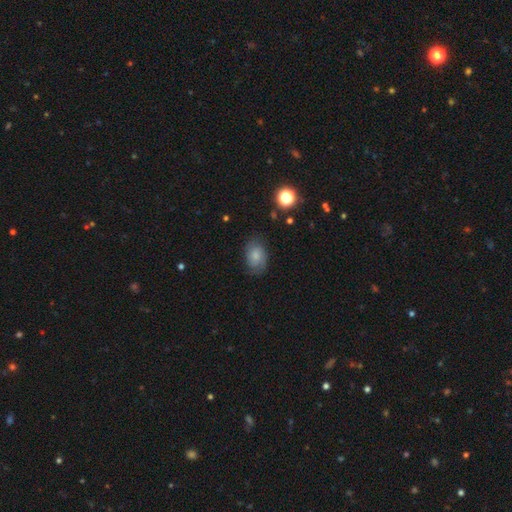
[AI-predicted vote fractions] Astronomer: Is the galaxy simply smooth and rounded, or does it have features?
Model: smooth — 68%.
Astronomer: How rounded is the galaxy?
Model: in between — 78%.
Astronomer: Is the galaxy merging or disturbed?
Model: none — 72%.